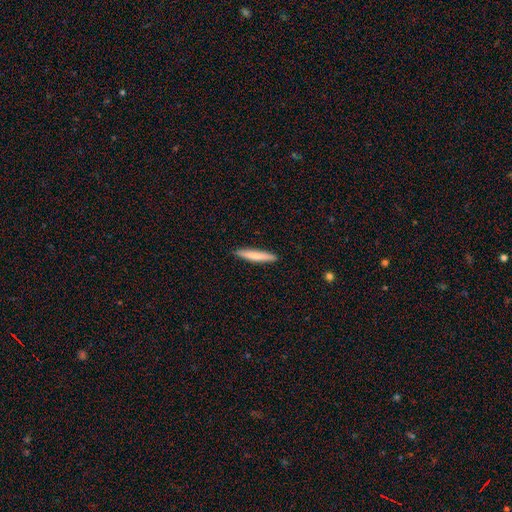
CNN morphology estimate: smooth_or_featured: smooth (p=0.78) [alt: featured or disk p=0.17]
how_rounded: cigar-shaped (p=0.93) [alt: in between p=0.06]
merging: none (p=0.91) [alt: minor disturbance p=0.07]